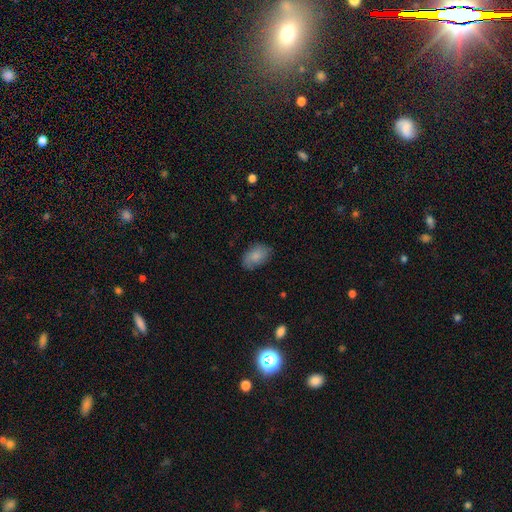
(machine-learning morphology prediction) A smooth galaxy with no disk features (83%) that is in between round and cigar-shaped (89%).

Vote fractions:
- Smooth or featured? smooth: 83% / featured or disk: 10% / star or artifact: 7%
- How rounded? in between: 89% / round: 9% / cigar-shaped: 1%
- Merging? none: 77% / minor disturbance: 18% / major disturbance: 4% / merger: 1%